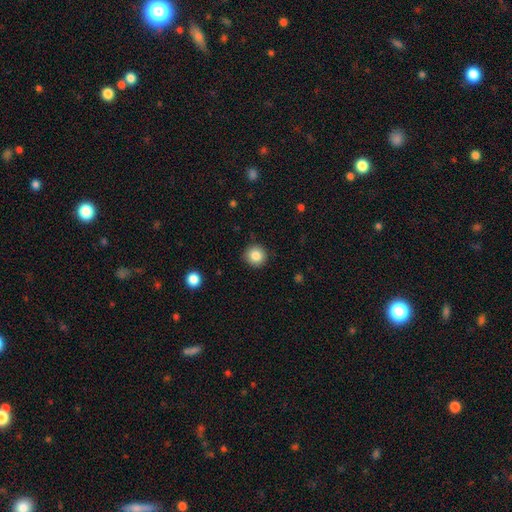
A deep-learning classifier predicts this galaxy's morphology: This appears to be a smooth galaxy with no disk features (85%) that is round (94%). Merging: none (91%).